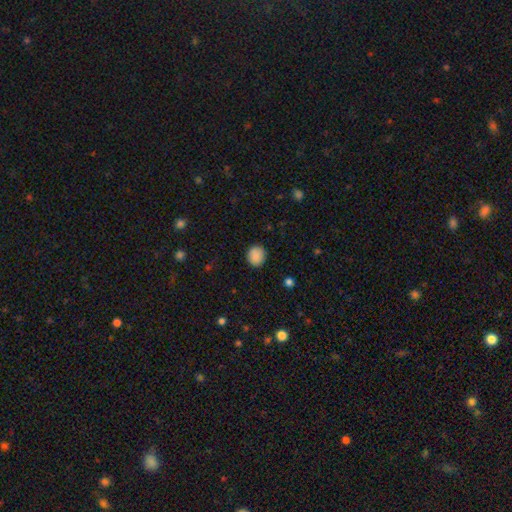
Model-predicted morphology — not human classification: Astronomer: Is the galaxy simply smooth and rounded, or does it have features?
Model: smooth — 88%.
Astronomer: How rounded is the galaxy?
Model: round — 80%.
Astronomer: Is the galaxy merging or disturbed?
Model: none — 88%.